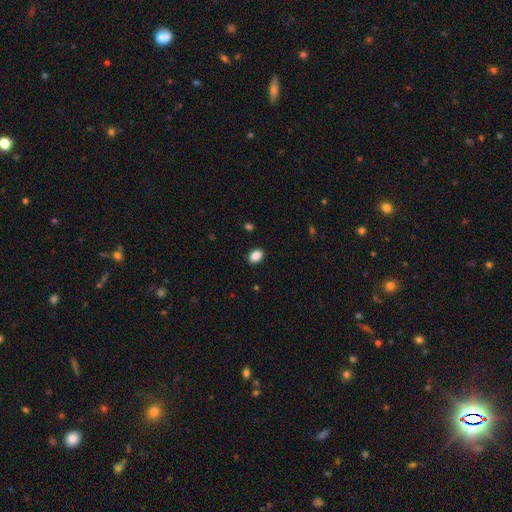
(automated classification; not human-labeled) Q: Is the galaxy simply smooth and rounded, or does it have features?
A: smooth — 89%.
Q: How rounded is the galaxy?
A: in between — 76%.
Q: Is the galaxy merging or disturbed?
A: none — 90%.